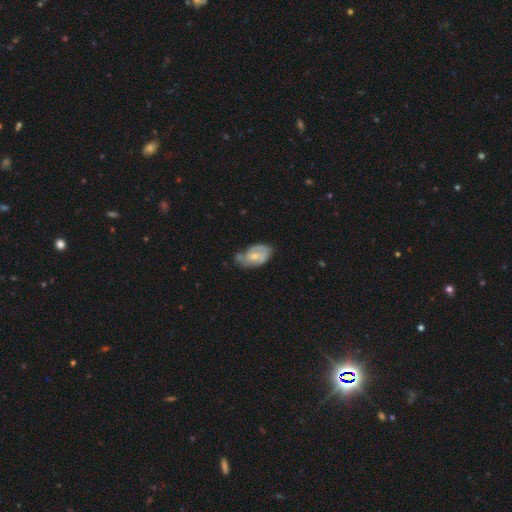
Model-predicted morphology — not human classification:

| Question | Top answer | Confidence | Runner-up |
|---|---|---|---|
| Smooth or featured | featured or disk | 54% | smooth (40%) |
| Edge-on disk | no | 95% | yes (5%) |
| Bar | no | 58% | weak (35%) |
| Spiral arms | yes | 71% | no (29%) |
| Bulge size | moderate | 47% | small (42%) |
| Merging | none | 43% | minor disturbance (35%) |